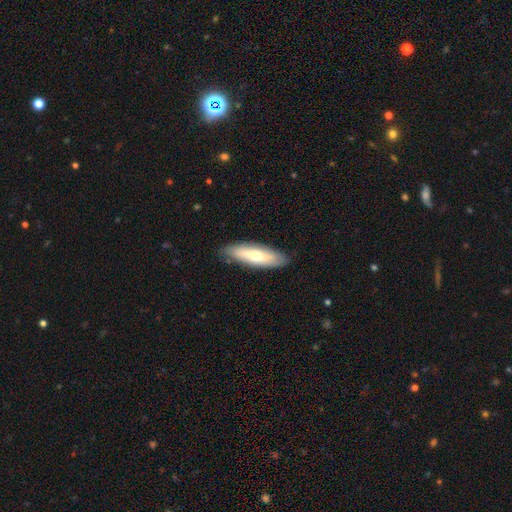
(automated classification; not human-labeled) The model was most divided on "how rounded": cigar-shaped: 53%, in between: 45%, round: 2%. More confident: merging — none (85%); smooth or featured — smooth (60%).